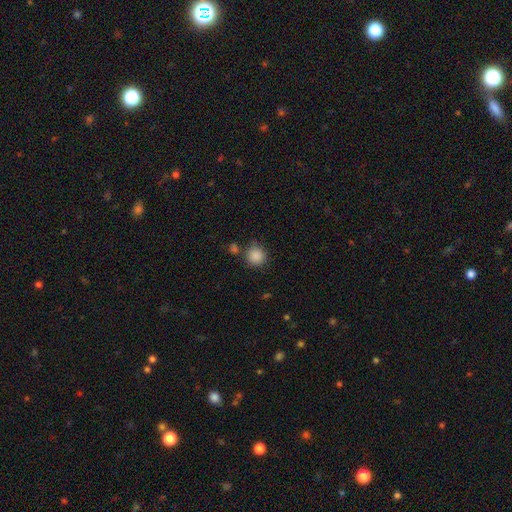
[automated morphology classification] A smooth galaxy with no disk features (87%) that is round (90%). Merging: none (76%).